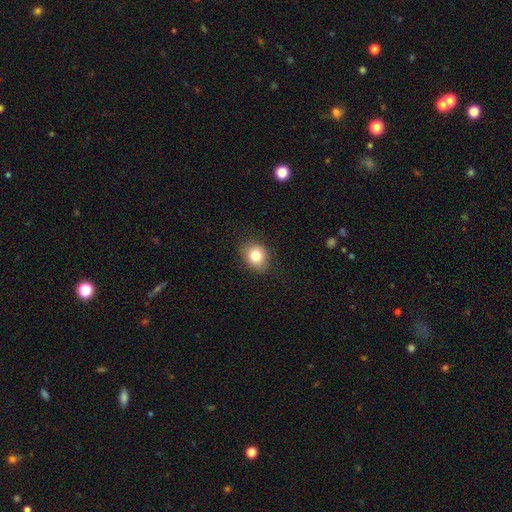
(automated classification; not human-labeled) A smooth galaxy with no disk features (80%) that is round (53%).

Vote fractions:
- Smooth or featured? smooth: 80% / star or artifact: 10% / featured or disk: 10%
- How rounded? round: 53% / in between: 46% / cigar-shaped: 1%
- Merging? none: 84% / minor disturbance: 12% / major disturbance: 3% / merger: 1%